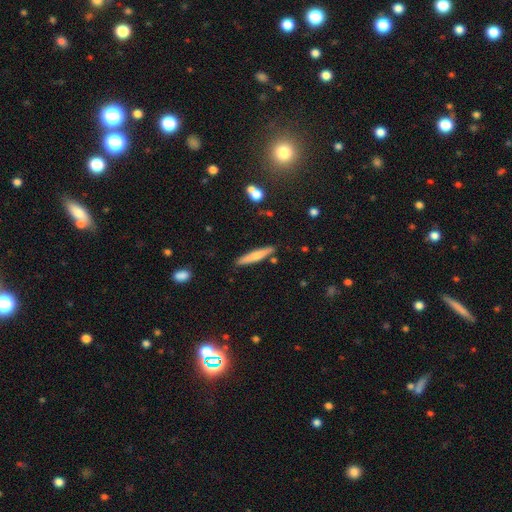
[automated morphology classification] Q: Smooth or featured?
A: smooth (61%); runner-up: featured or disk (33%)
Q: How rounded?
A: cigar-shaped (91%); runner-up: in between (8%)
Q: Merging?
A: none (86%); runner-up: minor disturbance (9%)